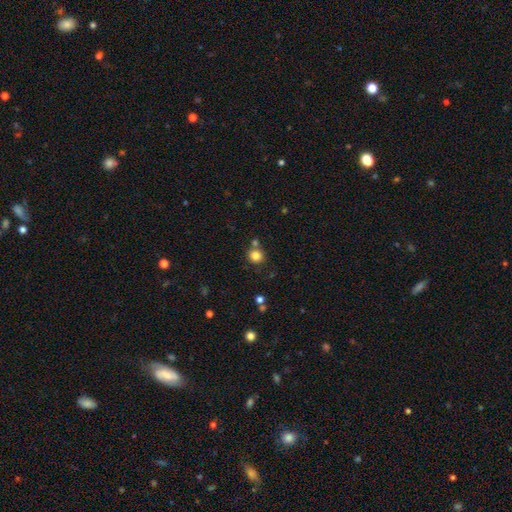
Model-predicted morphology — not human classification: type=smooth (82%); roundness=round (89%); merging=none (74%).